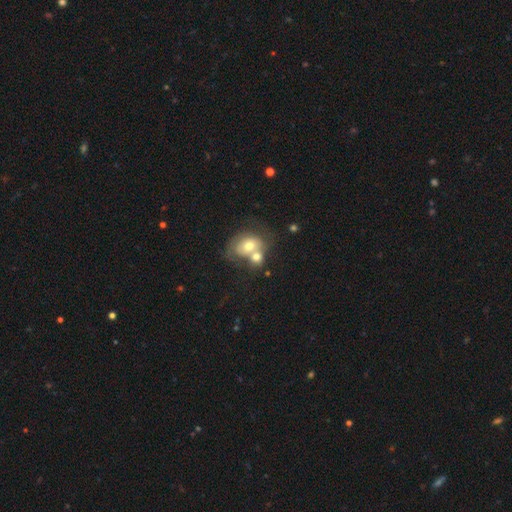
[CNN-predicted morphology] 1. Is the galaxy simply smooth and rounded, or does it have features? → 50% smooth, 35% featured or disk, 15% star or artifact.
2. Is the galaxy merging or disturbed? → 53% merger, 30% none, 10% minor disturbance, 6% major disturbance.